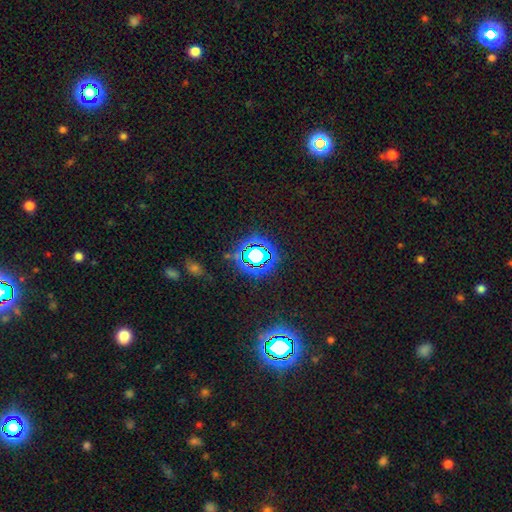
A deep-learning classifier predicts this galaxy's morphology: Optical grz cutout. It shows a star or artifact, not a galaxy (69%).